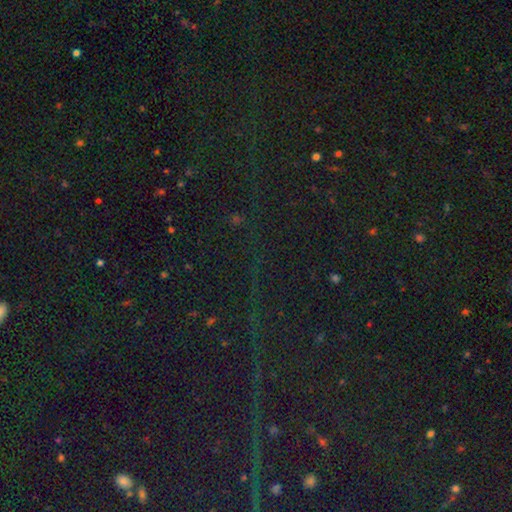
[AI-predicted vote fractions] Smooth or featured?
  - star or artifact: 84% *
  - smooth: 9%
  - featured or disk: 7%